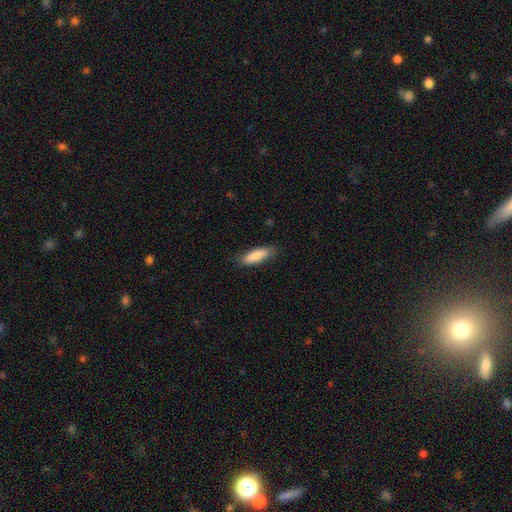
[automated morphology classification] smooth 86%, featured or disk 8%, star or artifact 6%. Down the decision tree: how rounded — in between (58%); merging — none (81%).